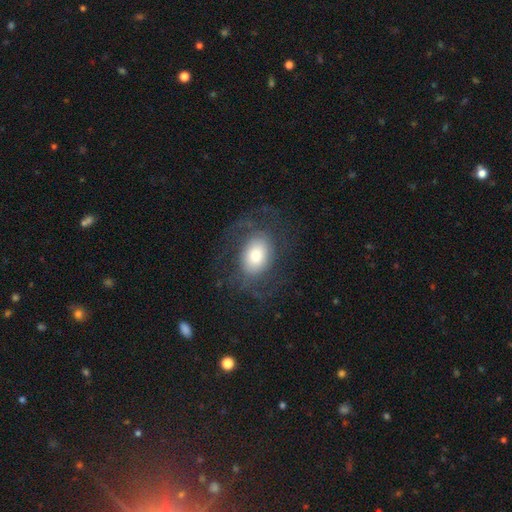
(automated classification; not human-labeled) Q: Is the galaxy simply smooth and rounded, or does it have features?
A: featured or disk — 52%.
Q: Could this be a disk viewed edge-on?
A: no — 96%.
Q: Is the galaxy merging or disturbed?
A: none — 61%.